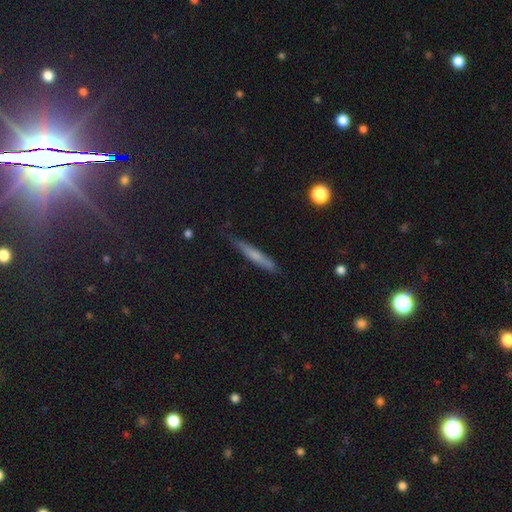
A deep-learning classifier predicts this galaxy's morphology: Overall: smooth (56%; featured or disk 35%). How rounded: cigar-shaped (92%). Merging: none (82%).